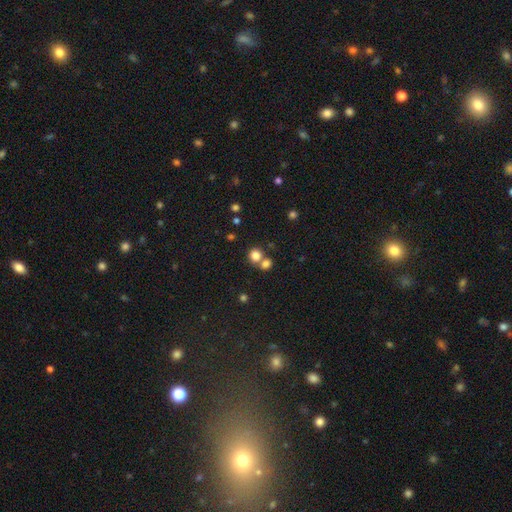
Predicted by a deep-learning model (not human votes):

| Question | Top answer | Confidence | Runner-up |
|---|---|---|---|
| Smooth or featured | smooth | 81% | star or artifact (12%) |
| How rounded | round | 83% | in between (16%) |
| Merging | none | 53% | merger (37%) |